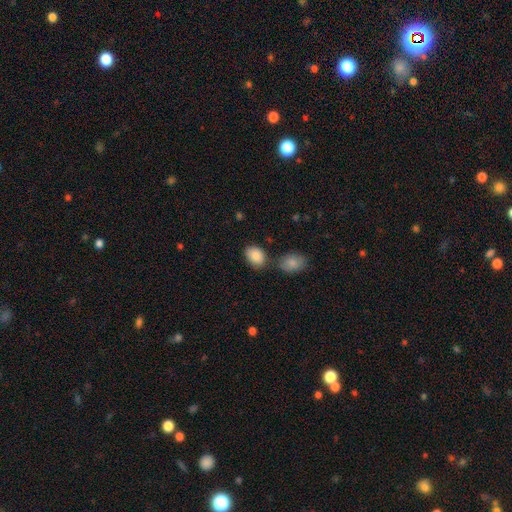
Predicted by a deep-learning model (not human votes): smooth-or-featured: smooth: 87% | star or artifact: 7% | featured or disk: 6%
  how-rounded: in between: 79% | round: 20% | cigar-shaped: 1%
  merging: none: 67% | minor disturbance: 15% | merger: 14% | major disturbance: 4%